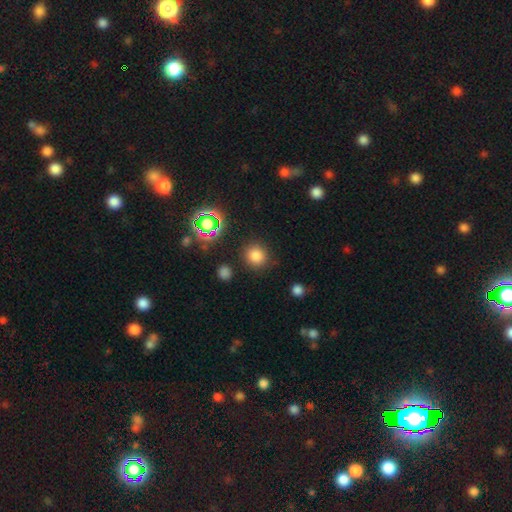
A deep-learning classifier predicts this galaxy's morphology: Q: Smooth or featured?
A: smooth (77%); runner-up: star or artifact (17%)
Q: How rounded?
A: round (88%); runner-up: in between (11%)
Q: Merging?
A: none (84%); runner-up: minor disturbance (9%)